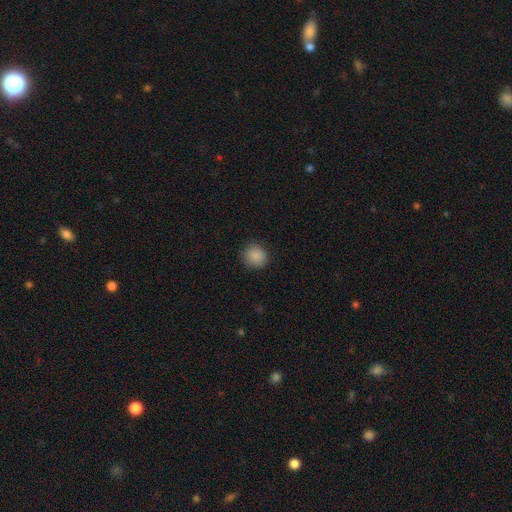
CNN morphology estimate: type=smooth (88%); roundness=round (86%); merging=none (86%).